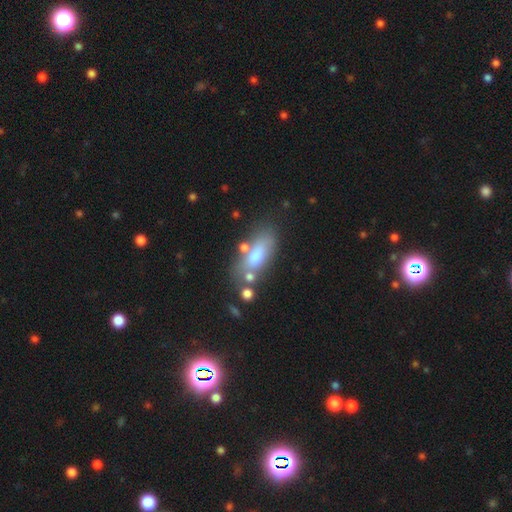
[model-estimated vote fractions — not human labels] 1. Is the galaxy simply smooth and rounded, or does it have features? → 67% smooth, 23% featured or disk, 9% star or artifact.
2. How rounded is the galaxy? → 76% in between, 20% cigar-shaped, 4% round.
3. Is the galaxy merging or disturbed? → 56% none, 19% minor disturbance, 16% merger, 10% major disturbance.